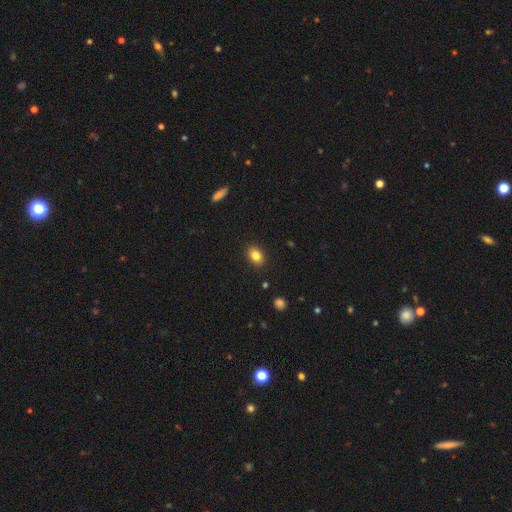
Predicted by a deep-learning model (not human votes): Smooth or featured?
  - smooth: 83% *
  - star or artifact: 10%
  - featured or disk: 7%
How rounded?
  - in between: 72% *
  - round: 26%
  - cigar-shaped: 1%
Merging?
  - none: 89% *
  - minor disturbance: 8%
  - major disturbance: 2%
  - merger: 1%